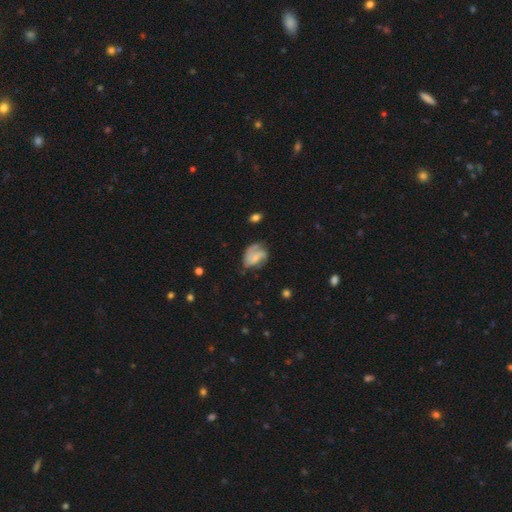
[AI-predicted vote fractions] This appears to be a featured or disk galaxy (58%) with no bar (58%), spiral arms (82%) and a small central bulge (42%). Merging: none (48%).